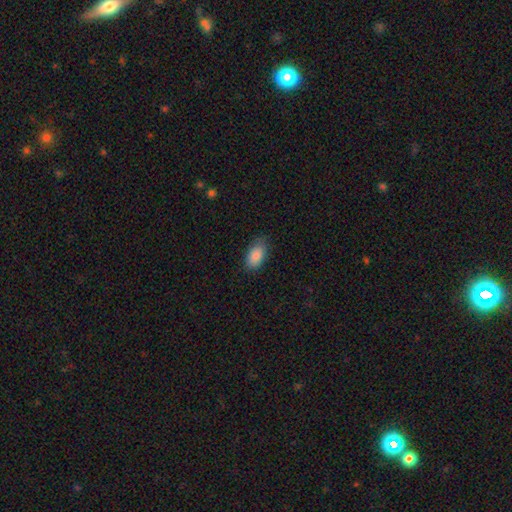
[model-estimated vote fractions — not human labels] Morphology: type=smooth (88%); roundness=in between (93%); merging=none (80%).